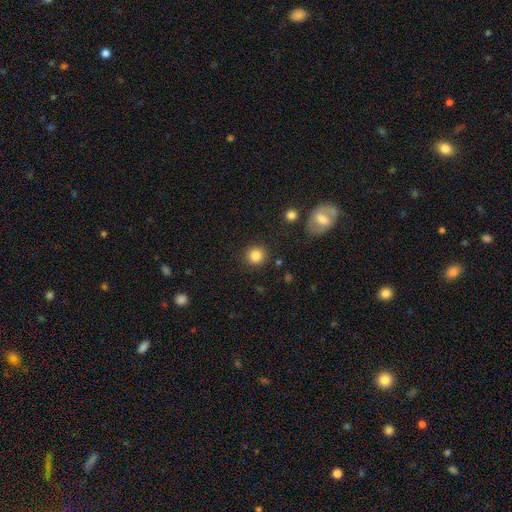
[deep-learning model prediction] Q: Smooth or featured?
A: smooth (85%); runner-up: star or artifact (10%)
Q: How rounded?
A: round (92%); runner-up: in between (7%)
Q: Merging?
A: none (89%); runner-up: minor disturbance (7%)